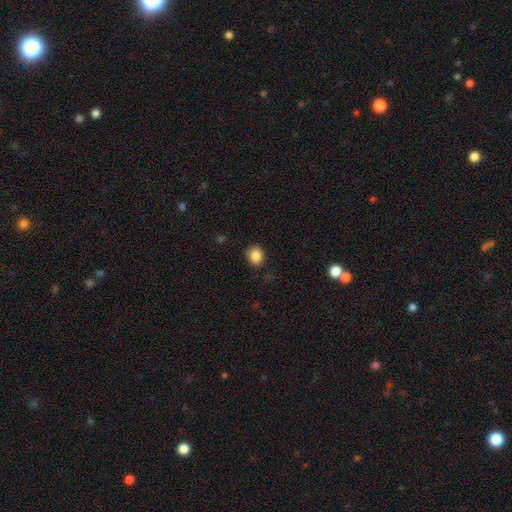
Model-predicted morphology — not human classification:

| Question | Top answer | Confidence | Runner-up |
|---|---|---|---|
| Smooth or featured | smooth | 86% | star or artifact (9%) |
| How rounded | round | 69% | in between (30%) |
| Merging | none | 88% | minor disturbance (8%) |